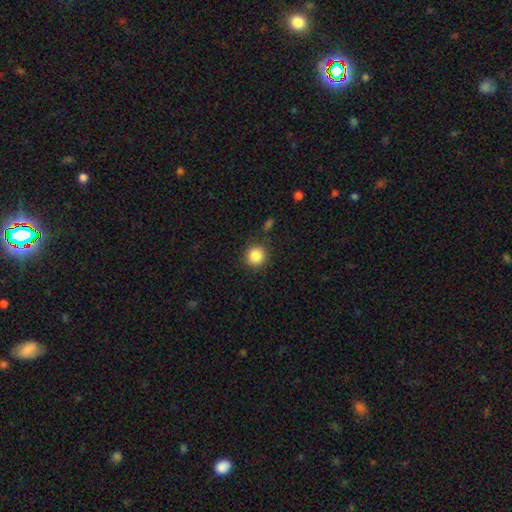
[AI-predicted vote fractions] smooth 86%, star or artifact 10%, featured or disk 4%. Down the decision tree: how rounded — round (92%); merging — none (88%).